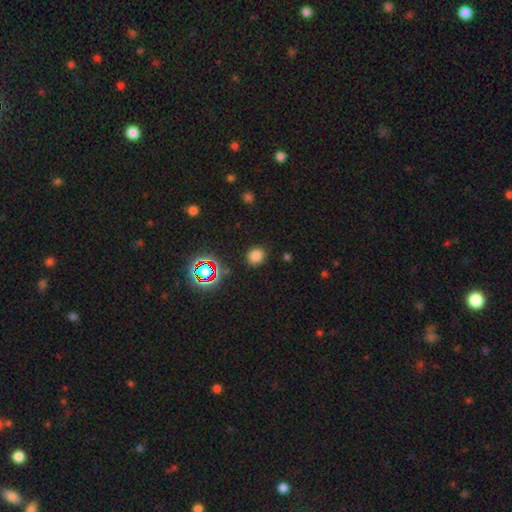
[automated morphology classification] This appears to be a smooth galaxy with no disk features (75%) that is round (80%). Merging: none (87%).